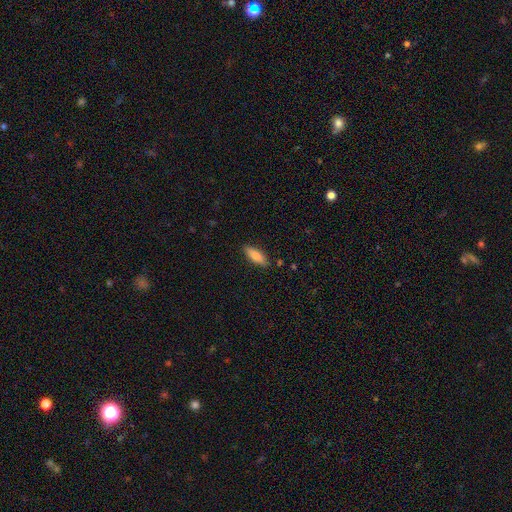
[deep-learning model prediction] A smooth galaxy with no disk features (78%) that is in between round and cigar-shaped (63%). Merging: none (86%).